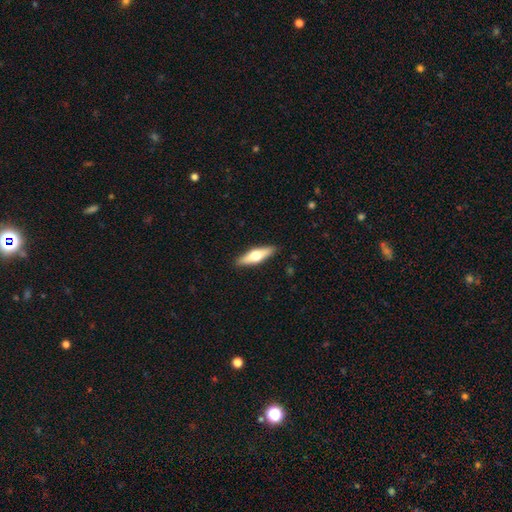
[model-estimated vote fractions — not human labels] Smooth or featured: featured or disk — 49% (smooth — 46%)
Merging: none — 90% (minor disturbance — 8%)